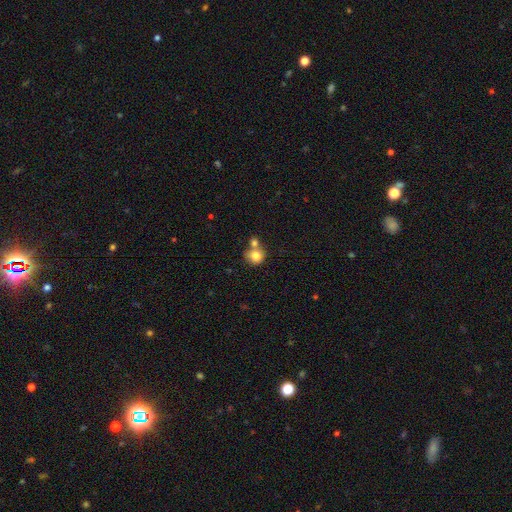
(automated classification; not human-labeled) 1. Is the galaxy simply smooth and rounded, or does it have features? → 79% smooth, 11% featured or disk, 10% star or artifact.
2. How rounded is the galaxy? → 84% round, 15% in between, 1% cigar-shaped.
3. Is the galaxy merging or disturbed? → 45% none, 40% merger, 10% minor disturbance, 4% major disturbance.